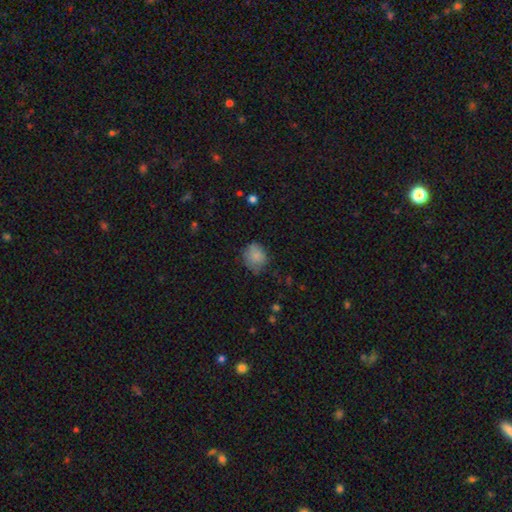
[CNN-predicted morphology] A smooth galaxy with no disk features (80%) that is round (63%).

Vote fractions:
- Smooth or featured? smooth: 80% / featured or disk: 10% / star or artifact: 9%
- How rounded? round: 63% / in between: 36% / cigar-shaped: 1%
- Merging? none: 60% / minor disturbance: 30% / major disturbance: 9% / merger: 2%